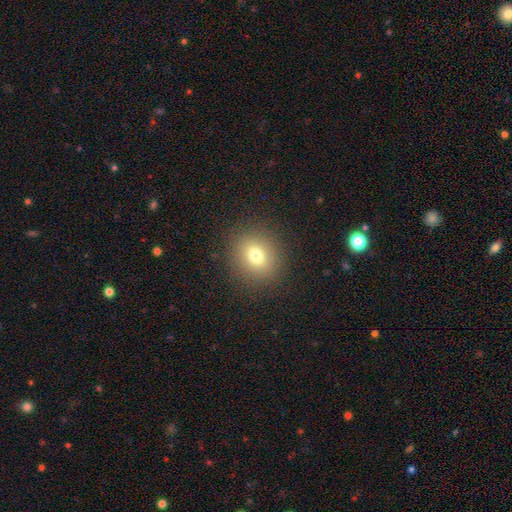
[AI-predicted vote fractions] Q: Smooth or featured?
A: smooth (75%); runner-up: star or artifact (14%)
Q: How rounded?
A: round (80%); runner-up: in between (19%)
Q: Merging?
A: none (89%); runner-up: minor disturbance (7%)